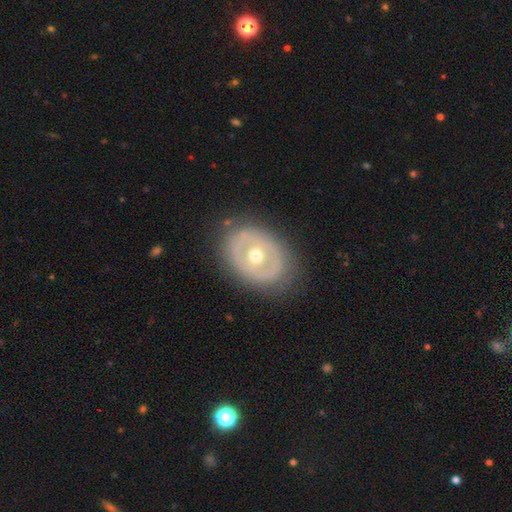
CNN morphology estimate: This is likely a featured or disk galaxy (63%). It is clearly not viewed edge-on (93%). Bar: clearly no (85%). Spiral arm pattern: clearly no (87%). Central bulge: likely moderate (73%). Merging: clearly none (81%).